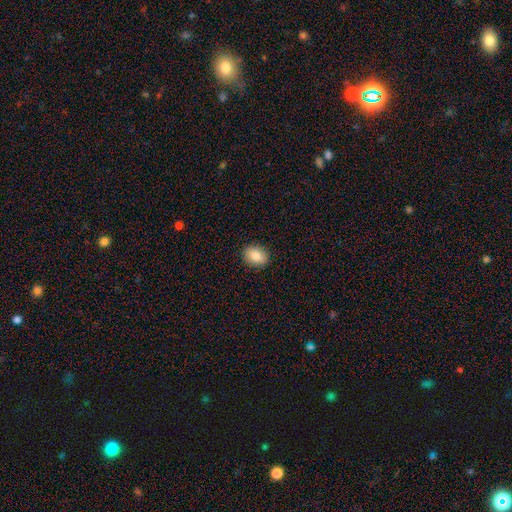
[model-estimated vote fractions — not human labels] Q: Smooth or featured?
A: smooth (84%); runner-up: star or artifact (8%)
Q: How rounded?
A: in between (62%); runner-up: round (37%)
Q: Merging?
A: none (90%); runner-up: minor disturbance (7%)